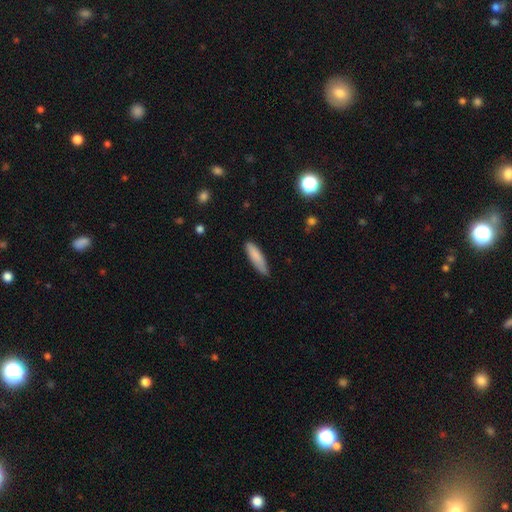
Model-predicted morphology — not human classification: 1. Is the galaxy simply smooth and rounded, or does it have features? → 84% smooth, 10% featured or disk, 6% star or artifact.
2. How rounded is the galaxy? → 66% cigar-shaped, 33% in between, 1% round.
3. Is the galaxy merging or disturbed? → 71% none, 24% minor disturbance, 3% major disturbance, 1% merger.